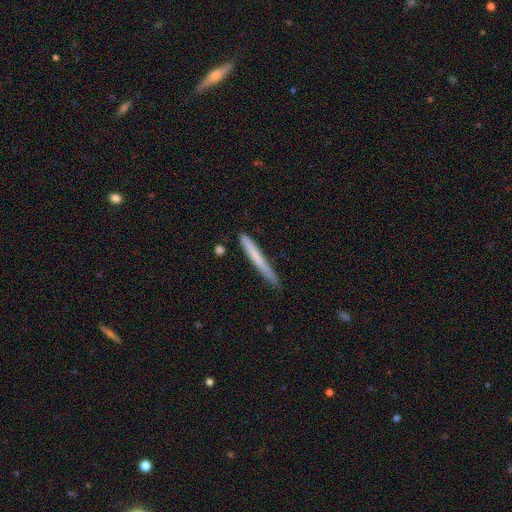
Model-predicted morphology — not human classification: Overall: smooth (67%). How rounded: cigar-shaped (97%). Merging: none (83%).